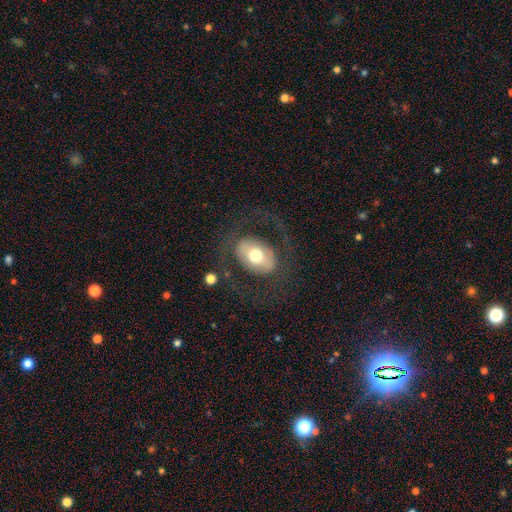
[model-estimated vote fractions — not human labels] Smooth or featured? featured or disk (48%)
Merging? none (70%)